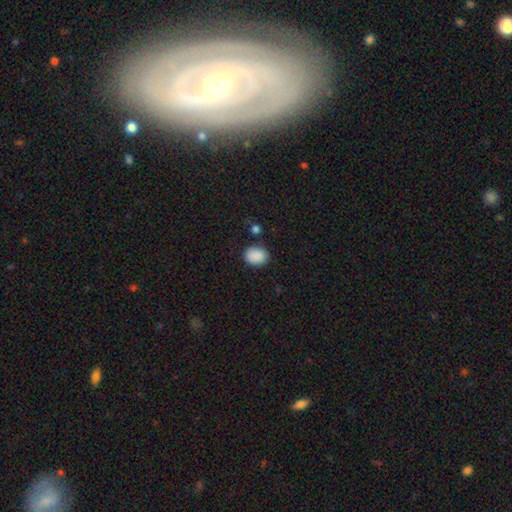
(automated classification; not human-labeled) smooth_or_featured: smooth (p=0.89) [alt: star or artifact p=0.08]
how_rounded: in between (p=0.65) [alt: round p=0.34]
merging: none (p=0.81) [alt: minor disturbance p=0.12]